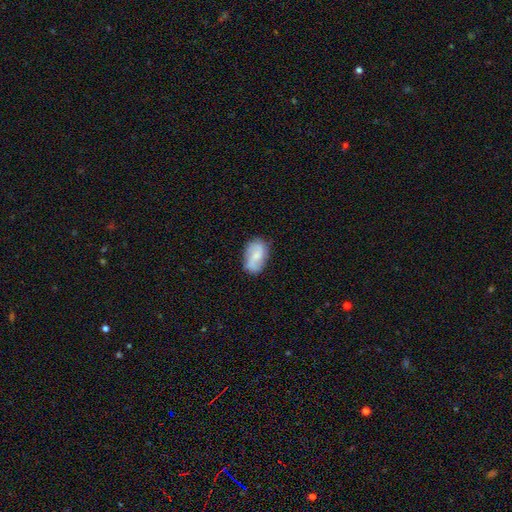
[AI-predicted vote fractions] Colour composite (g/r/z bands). It shows a featured or disk galaxy (47%). Merging: none (72%).